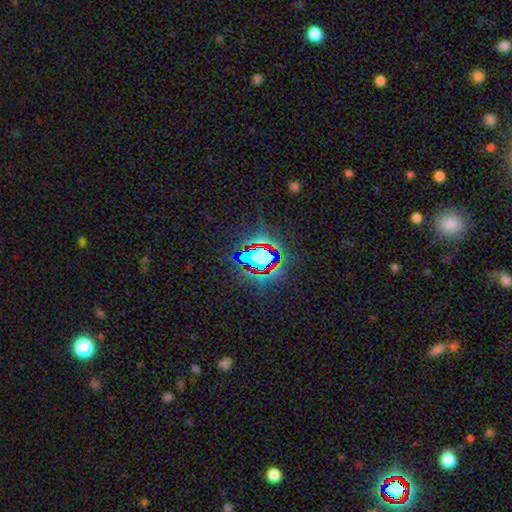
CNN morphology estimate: The model was most divided on "smooth or featured": star or artifact: 68%, smooth: 20%, featured or disk: 12%.